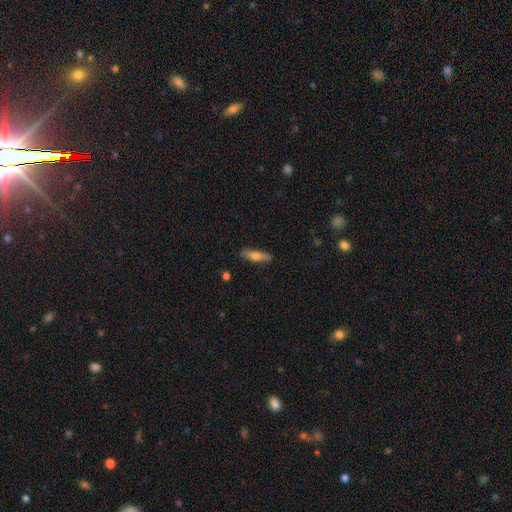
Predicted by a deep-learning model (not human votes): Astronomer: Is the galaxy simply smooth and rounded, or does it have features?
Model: smooth — 68%.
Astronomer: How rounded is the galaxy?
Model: cigar-shaped — 65%.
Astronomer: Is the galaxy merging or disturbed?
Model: none — 84%.